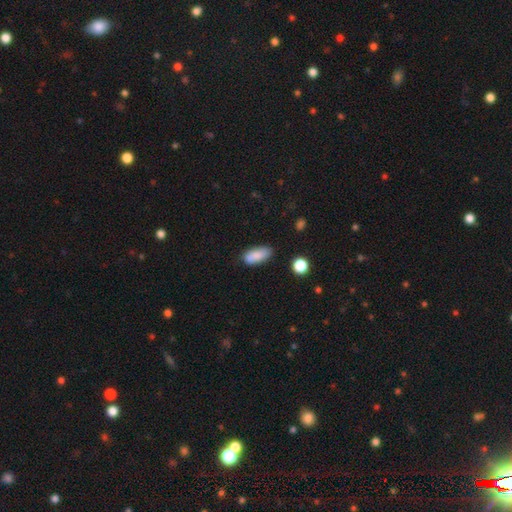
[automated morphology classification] A smooth galaxy with no disk features (84%) that is in between round and cigar-shaped (85%).

Vote fractions:
- Smooth or featured? smooth: 84% / featured or disk: 8% / star or artifact: 7%
- How rounded? in between: 85% / cigar-shaped: 12% / round: 3%
- Merging? none: 75% / minor disturbance: 19% / major disturbance: 4% / merger: 3%